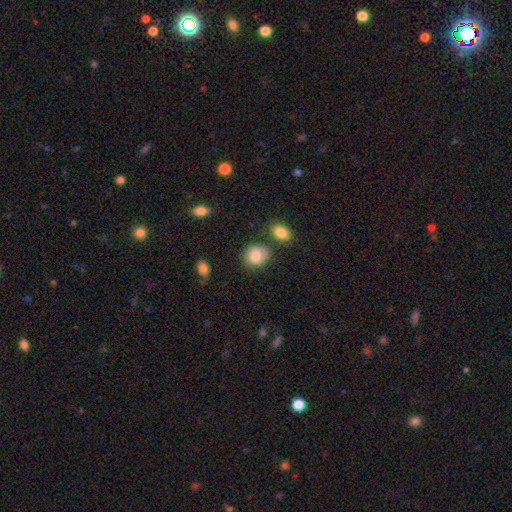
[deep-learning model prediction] Smooth or featured? Predicted: smooth (p=0.82). How rounded? Predicted: round (p=0.70). Merging? Predicted: none (p=0.67).